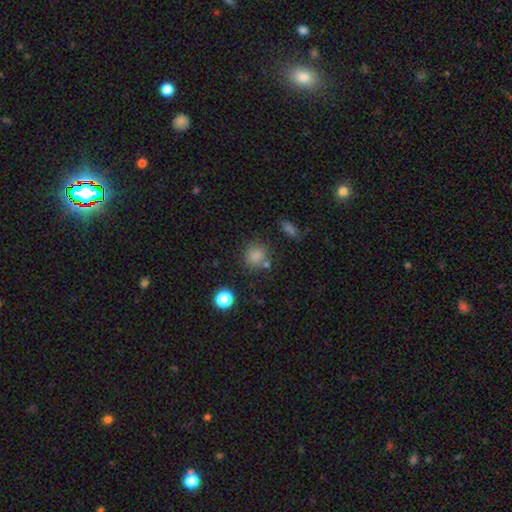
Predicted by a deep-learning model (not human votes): Overall: smooth (81%). How rounded: round (83%). Merging: none (74%).